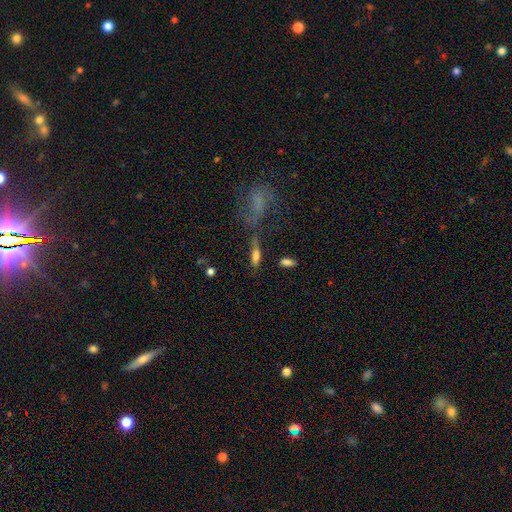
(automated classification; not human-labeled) Smooth or featured? smooth (70%)
How rounded? cigar-shaped (52%)
Merging? none (49%)